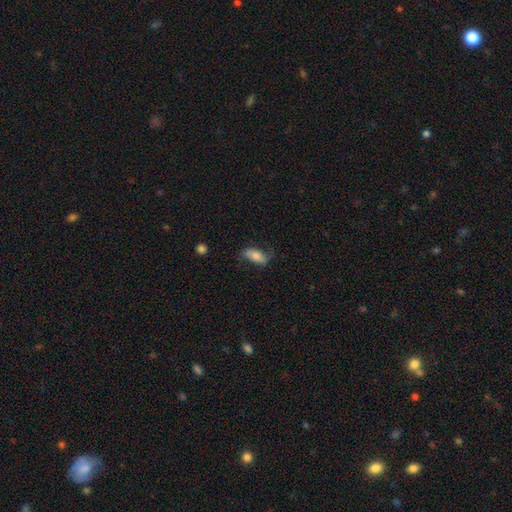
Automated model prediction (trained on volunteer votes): This appears to be a smooth galaxy with no disk features (63%) that is in between round and cigar-shaped (80%). Merging: none (64%).